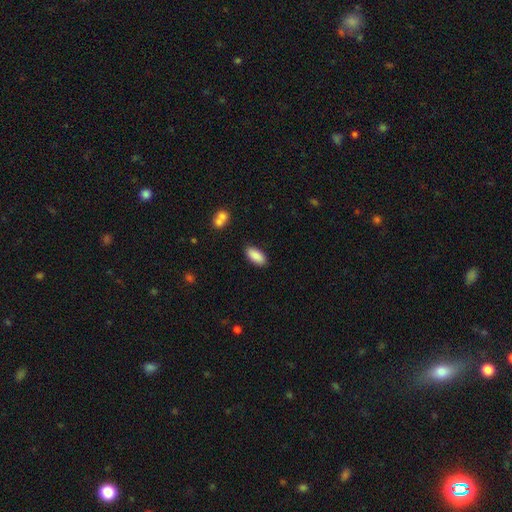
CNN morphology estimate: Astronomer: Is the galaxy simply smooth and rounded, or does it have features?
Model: smooth — 89%.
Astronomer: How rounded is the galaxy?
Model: in between — 90%.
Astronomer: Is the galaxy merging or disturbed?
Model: none — 87%.